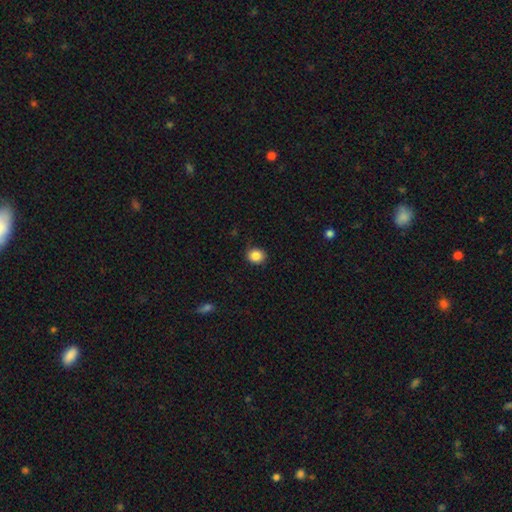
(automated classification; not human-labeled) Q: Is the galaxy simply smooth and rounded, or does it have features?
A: smooth — 86%.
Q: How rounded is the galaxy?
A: round — 75%.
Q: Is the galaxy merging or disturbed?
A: none — 85%.